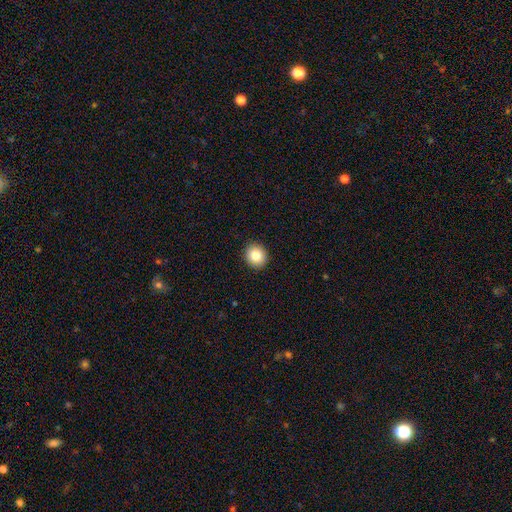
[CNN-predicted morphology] Q: Smooth or featured?
A: smooth (84%); runner-up: star or artifact (9%)
Q: How rounded?
A: round (83%); runner-up: in between (16%)
Q: Merging?
A: none (92%); runner-up: minor disturbance (5%)